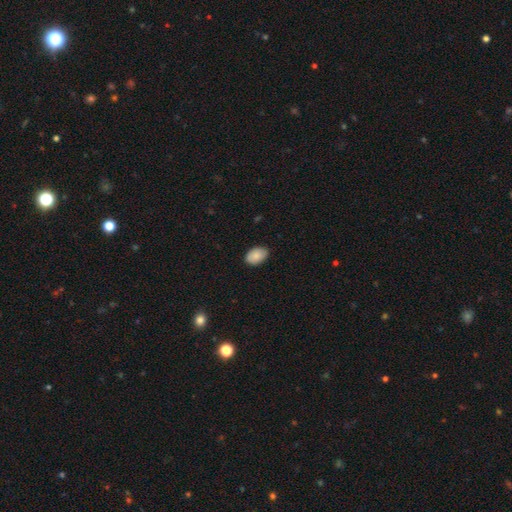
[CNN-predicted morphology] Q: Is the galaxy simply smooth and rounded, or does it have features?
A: smooth — 87%.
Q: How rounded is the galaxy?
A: in between — 87%.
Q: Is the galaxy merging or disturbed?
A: none — 85%.